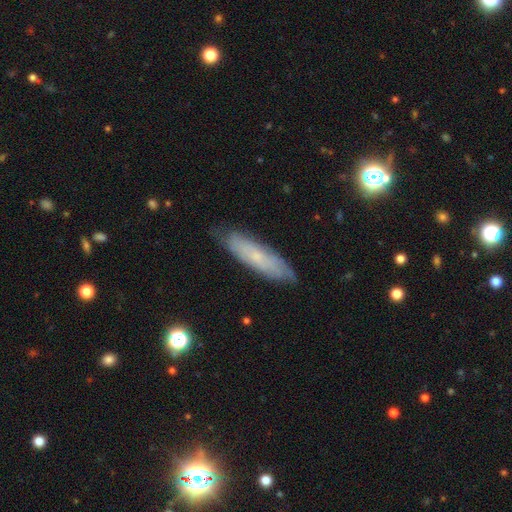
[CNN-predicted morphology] Smooth or featured: smooth — 48% (featured or disk — 44%)
Merging: none — 80% (minor disturbance — 15%)